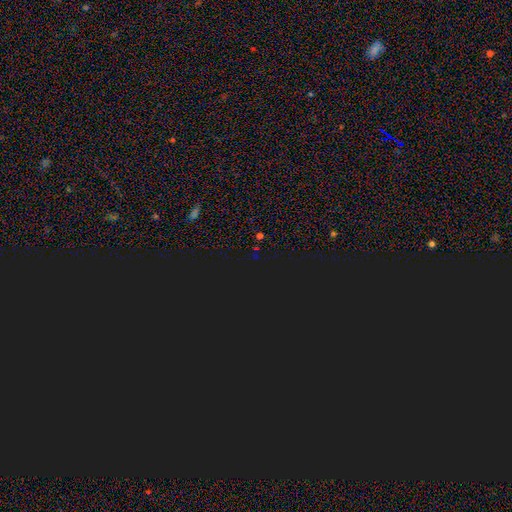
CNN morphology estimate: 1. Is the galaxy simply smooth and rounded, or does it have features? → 76% star or artifact, 18% smooth, 6% featured or disk.